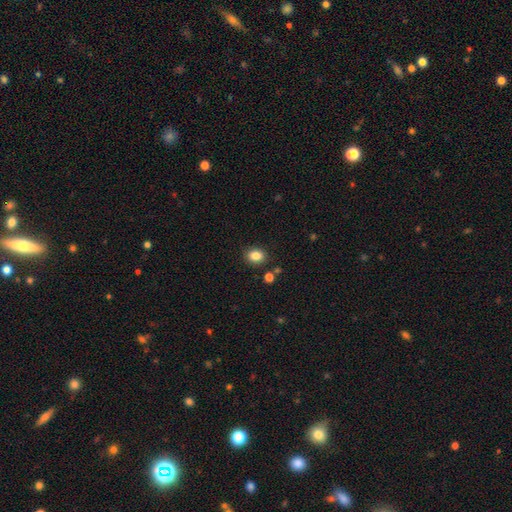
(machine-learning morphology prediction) smooth-or-featured: smooth: 84% | star or artifact: 10% | featured or disk: 5%
  how-rounded: round: 51% | in between: 48% | cigar-shaped: 1%
  merging: none: 86% | minor disturbance: 8% | merger: 3% | major disturbance: 2%